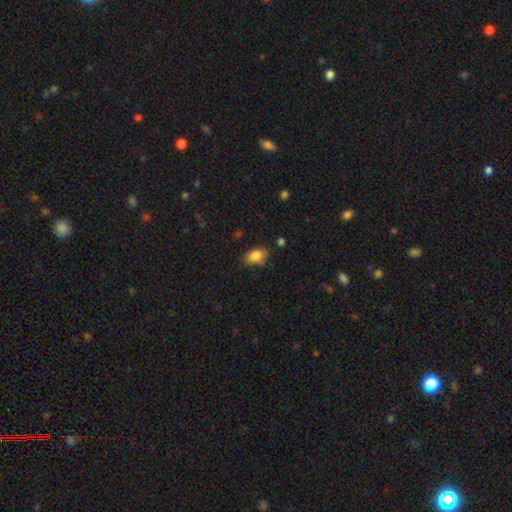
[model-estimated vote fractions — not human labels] The model was most divided on "merging": none: 70%, minor disturbance: 23%, major disturbance: 5%, merger: 3%. More confident: how rounded — in between (86%); smooth or featured — smooth (86%).